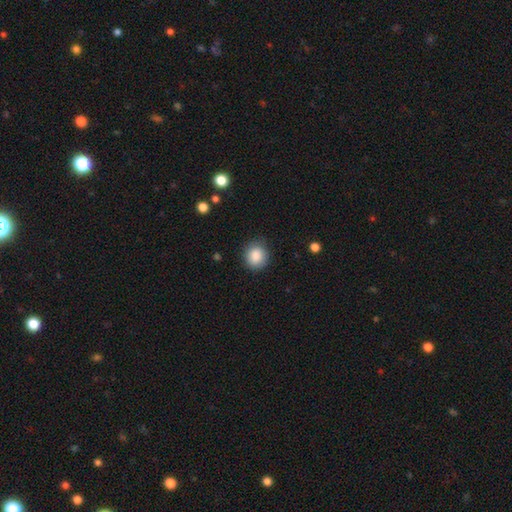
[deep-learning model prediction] Smooth or featured: smooth — 87% (star or artifact — 8%)
How rounded: round — 83% (in between — 16%)
Merging: none — 84% (minor disturbance — 12%)